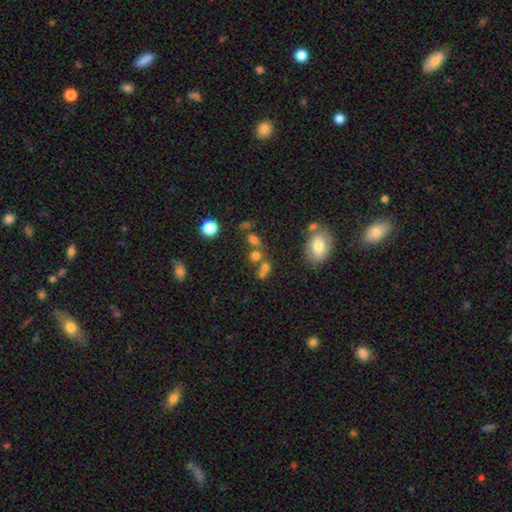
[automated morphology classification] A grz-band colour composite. It shows a smooth galaxy with no disk features (65%) that is round (59%). Merging: none (43%).